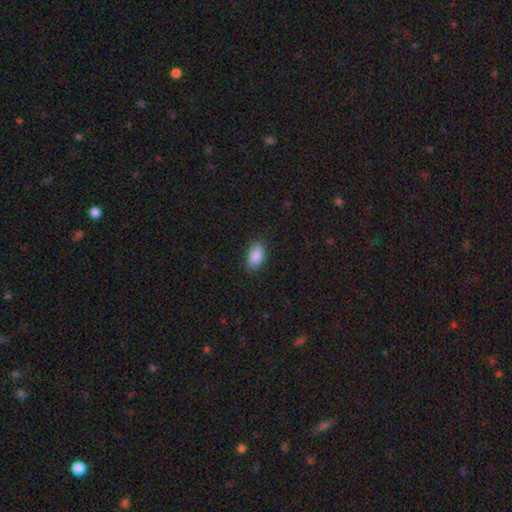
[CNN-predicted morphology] smooth 88%, star or artifact 7%, featured or disk 5%. Down the decision tree: how rounded — in between (93%); merging — none (87%).